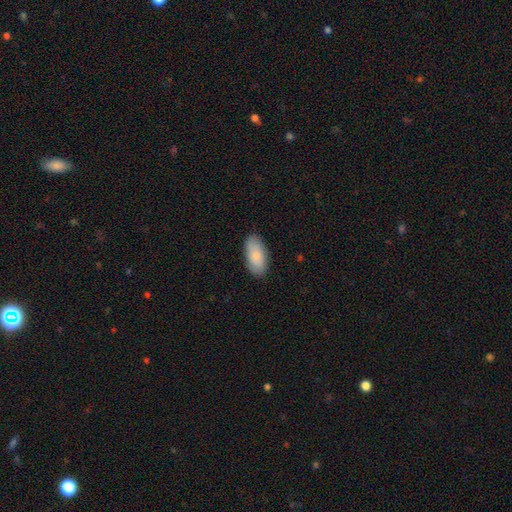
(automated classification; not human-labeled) smooth 85%, featured or disk 9%, star or artifact 6%. Down the decision tree: how rounded — in between (93%); merging — none (86%).